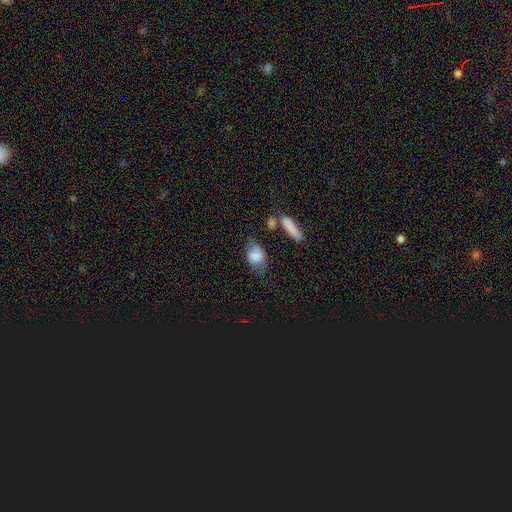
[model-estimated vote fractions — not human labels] smooth-or-featured: smooth: 78% | featured or disk: 14% | star or artifact: 8%
  how-rounded: in between: 79% | round: 18% | cigar-shaped: 3%
  merging: none: 55% | minor disturbance: 27% | major disturbance: 11% | merger: 7%